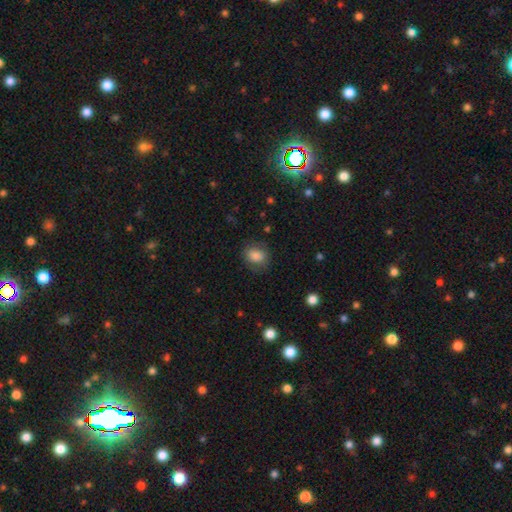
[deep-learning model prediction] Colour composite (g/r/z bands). It shows a smooth galaxy with no disk features (83%) that is in between round and cigar-shaped (52%). Merging: none (76%).